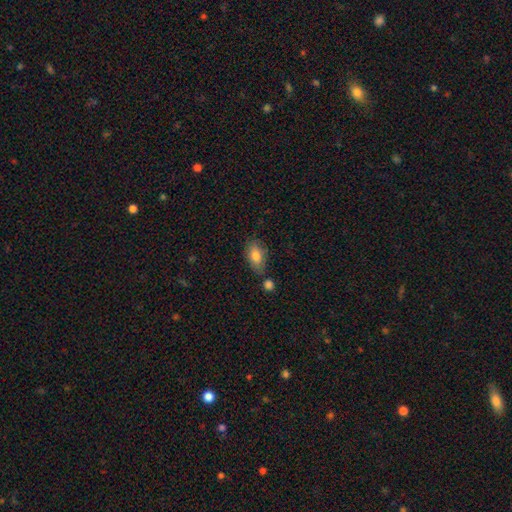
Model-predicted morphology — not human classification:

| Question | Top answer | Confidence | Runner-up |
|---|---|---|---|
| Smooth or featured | smooth | 81% | featured or disk (12%) |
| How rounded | in between | 90% | round (6%) |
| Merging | none | 66% | minor disturbance (19%) |